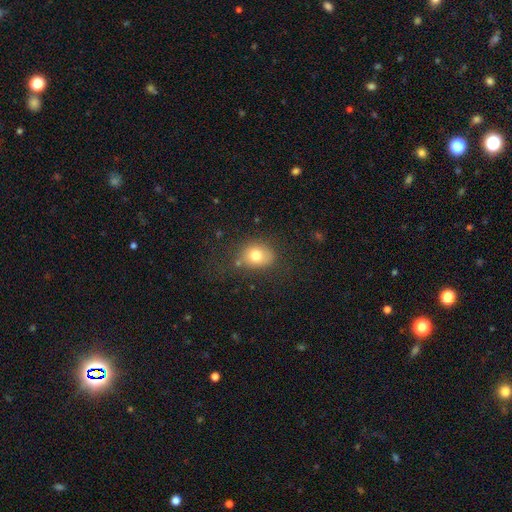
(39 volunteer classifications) Morphology: type=smooth (72%); roundness=round (64%); merging=none (67%).